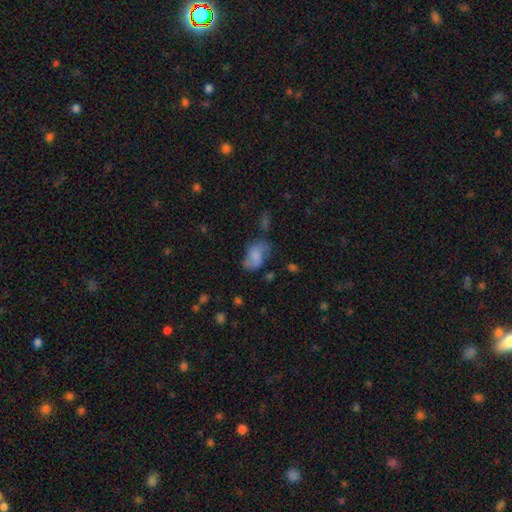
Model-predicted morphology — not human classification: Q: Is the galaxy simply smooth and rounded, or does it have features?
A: smooth — 55%.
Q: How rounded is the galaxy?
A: in between — 86%.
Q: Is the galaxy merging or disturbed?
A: none — 49%.